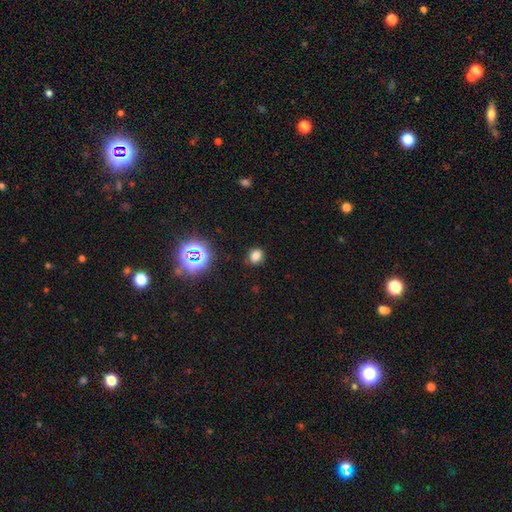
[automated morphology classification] This is likely a smooth galaxy (74%). How rounded: likely round (66%). Merging: clearly none (86%).